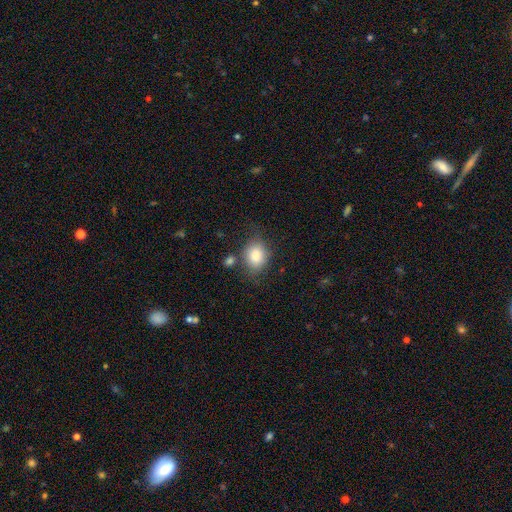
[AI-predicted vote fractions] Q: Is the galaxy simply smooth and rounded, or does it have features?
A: smooth — 83%.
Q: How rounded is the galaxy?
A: in between — 60%.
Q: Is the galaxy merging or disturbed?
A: none — 65%.